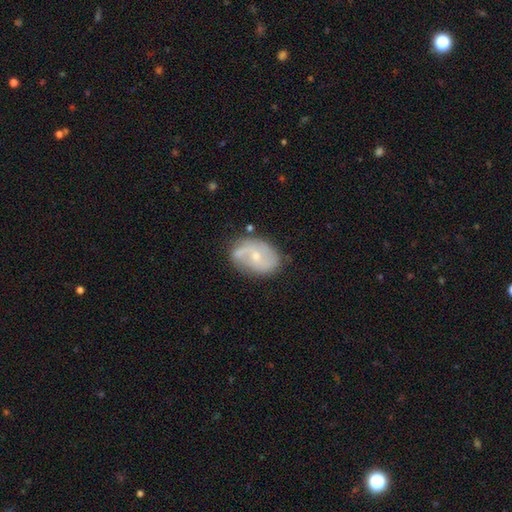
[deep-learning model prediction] Q: Smooth or featured?
A: featured or disk (70%); runner-up: smooth (23%)
Q: Edge-on disk?
A: no (97%); runner-up: yes (3%)
Q: Bar?
A: no (60%); runner-up: weak (33%)
Q: Spiral arms?
A: yes (86%); runner-up: no (14%)
Q: Spiral winding?
A: medium (41%); runner-up: loose (36%)
Q: Spiral arm count?
A: 2 (71%); runner-up: can't tell (14%)
Q: Bulge size?
A: small (63%); runner-up: moderate (33%)
Q: Merging?
A: none (64%); runner-up: minor disturbance (24%)